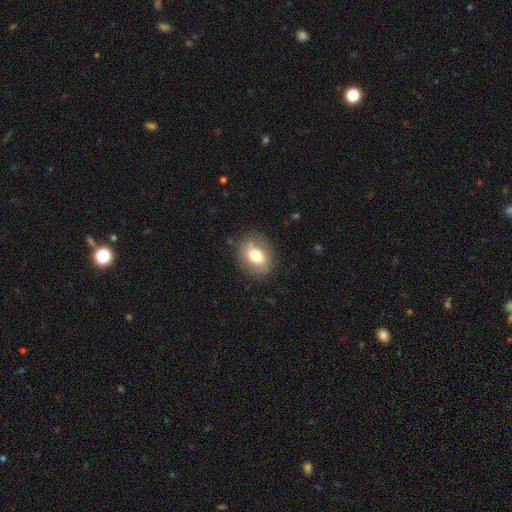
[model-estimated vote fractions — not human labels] Overall: smooth (73%). How rounded: in between (60%; round 38%). Merging: none (82%).